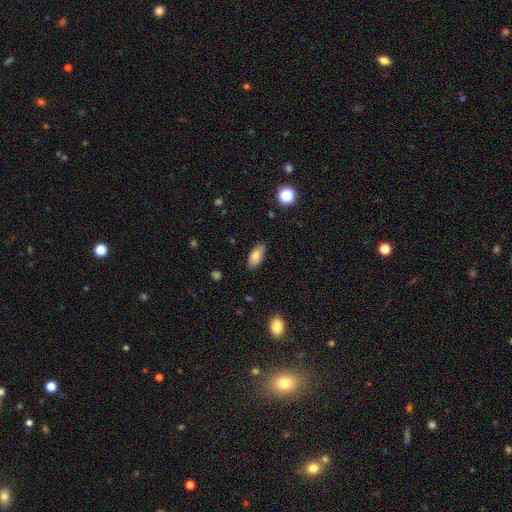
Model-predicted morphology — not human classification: This appears to be a smooth galaxy with no disk features (76%) that is in between round and cigar-shaped (88%). Merging: none (85%).